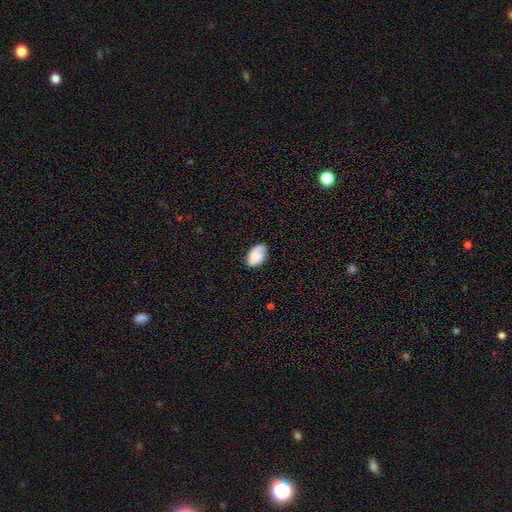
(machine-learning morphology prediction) Smooth or featured: smooth — 71% (featured or disk — 21%)
How rounded: in between — 92% (round — 7%)
Merging: none — 73% (minor disturbance — 21%)